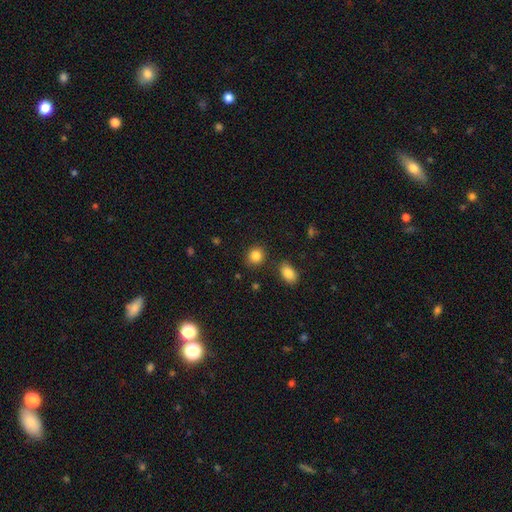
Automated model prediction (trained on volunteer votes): Q: Smooth or featured?
A: smooth (86%); runner-up: star or artifact (9%)
Q: How rounded?
A: round (76%); runner-up: in between (23%)
Q: Merging?
A: none (85%); runner-up: minor disturbance (9%)